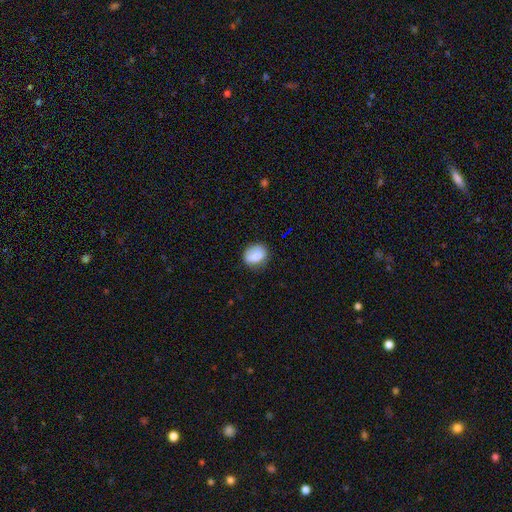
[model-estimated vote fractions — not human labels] This is likely a smooth galaxy (79%). How rounded: possibly round (57%). Merging: likely none (67%).